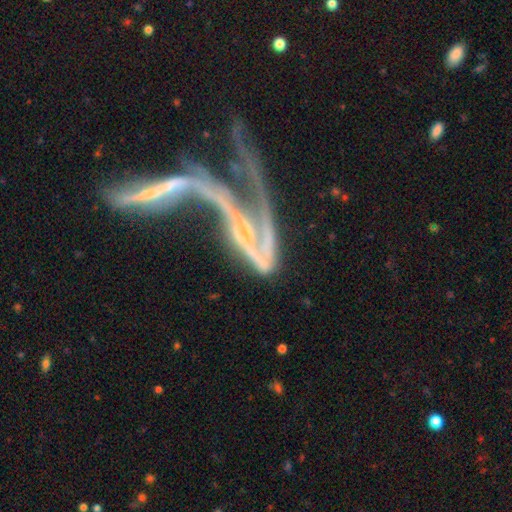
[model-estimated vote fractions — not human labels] Smooth or featured: featured or disk — 72% (smooth — 18%)
Edge-on disk: no — 89% (yes — 11%)
Bar: no — 55% (weak — 27%)
Spiral arms: yes — 71% (no — 29%)
Bulge size: small — 36% (none — 33%)
Merging: major disturbance — 37% (merger — 34%)